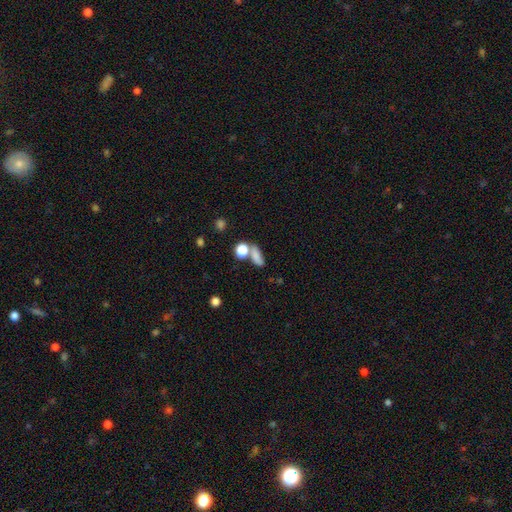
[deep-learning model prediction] This appears to be a smooth galaxy with no disk features (76%) that is in between round and cigar-shaped (65%). Merging: none (46%).